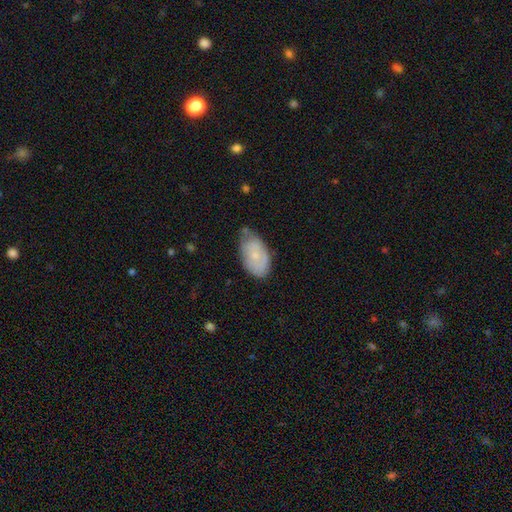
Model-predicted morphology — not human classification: This is likely a smooth galaxy (64%). How rounded: clearly in between (93%). Merging: possibly none (47%).